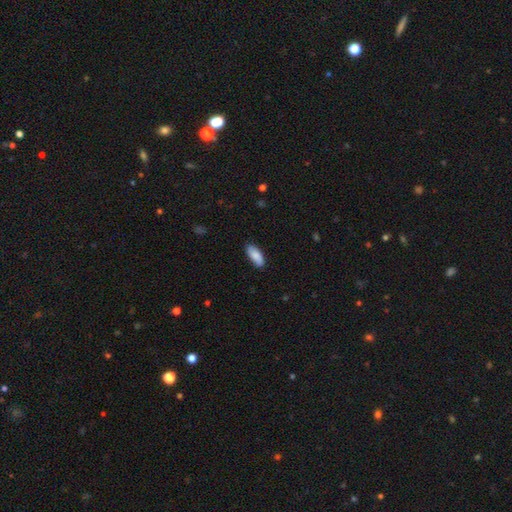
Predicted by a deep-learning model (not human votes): Smooth or featured? Predicted: smooth (p=0.84). How rounded? Predicted: in between (p=0.85). Merging? Predicted: none (p=0.85).